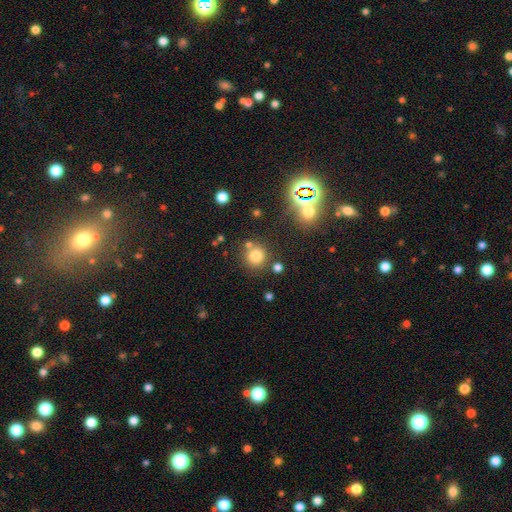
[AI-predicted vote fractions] Q: Smooth or featured?
A: smooth (77%); runner-up: star or artifact (16%)
Q: How rounded?
A: round (92%); runner-up: in between (7%)
Q: Merging?
A: none (75%); runner-up: merger (13%)